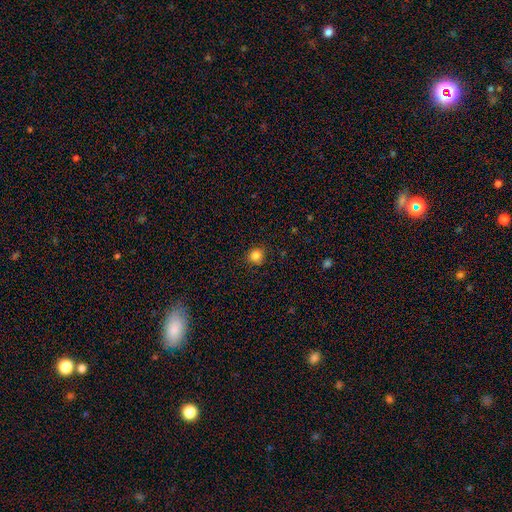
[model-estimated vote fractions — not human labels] A smooth galaxy with no disk features (84%) that is round (89%). Merging: none (88%).